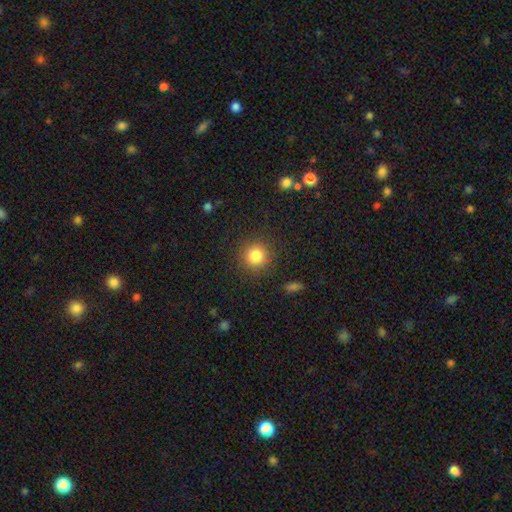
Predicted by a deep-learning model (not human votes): smooth 83%, star or artifact 12%, featured or disk 6%. Down the decision tree: how rounded — round (92%); merging — none (88%).